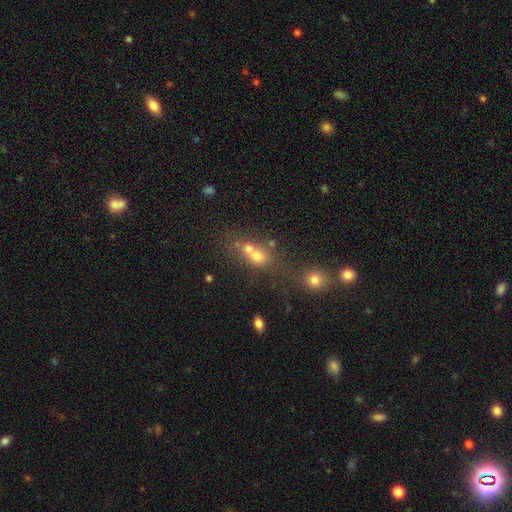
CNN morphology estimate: Smooth or featured? smooth (65%)
How rounded? round (62%)
Merging? merger (54%)